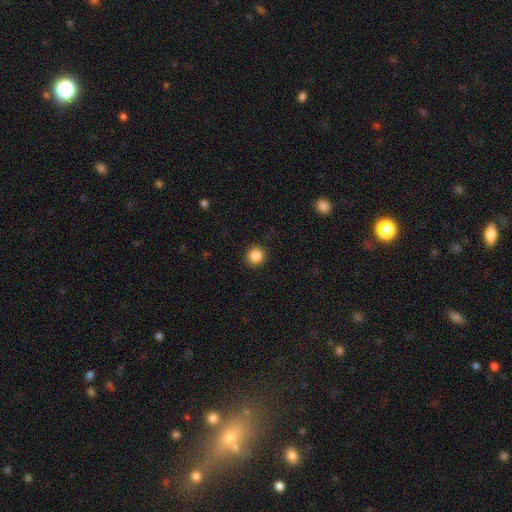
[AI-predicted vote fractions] A smooth galaxy with no disk features (87%) that is round (92%). Merging: none (91%).